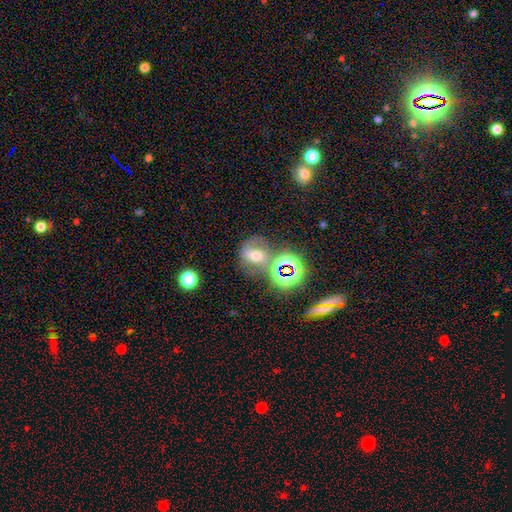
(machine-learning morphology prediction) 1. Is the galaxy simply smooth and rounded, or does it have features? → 42% smooth, 31% featured or disk, 26% star or artifact.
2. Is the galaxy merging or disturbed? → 53% none, 18% merger, 17% minor disturbance, 11% major disturbance.